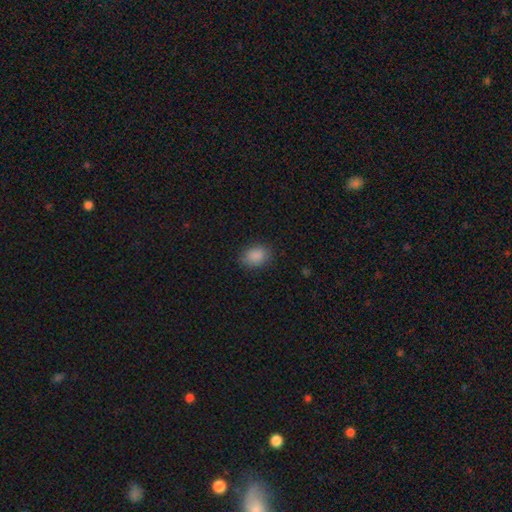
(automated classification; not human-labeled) Overall: smooth (88%). How rounded: in between (75%). Merging: none (82%).